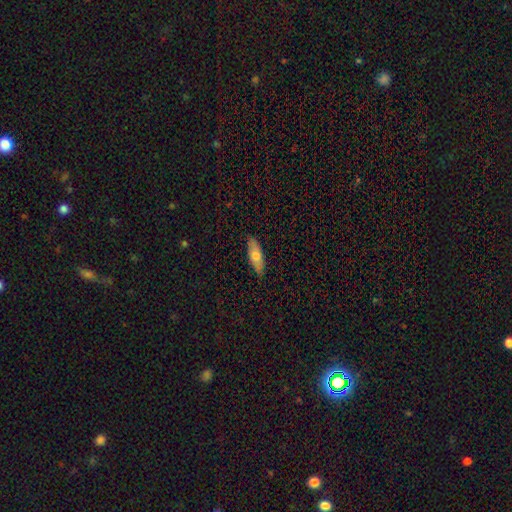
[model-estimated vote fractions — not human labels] This is likely a smooth galaxy (65%). How rounded: likely in between (68%). Merging: clearly none (87%).